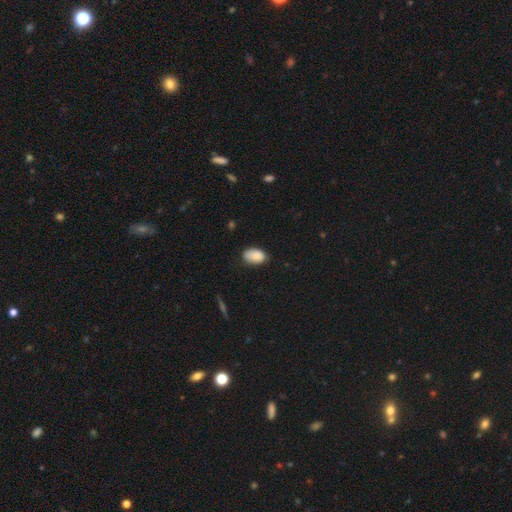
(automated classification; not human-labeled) A smooth galaxy with no disk features (85%) that is in between round and cigar-shaped (92%).

Vote fractions:
- Smooth or featured? smooth: 85% / featured or disk: 8% / star or artifact: 7%
- How rounded? in between: 92% / round: 7% / cigar-shaped: 1%
- Merging? none: 70% / minor disturbance: 25% / major disturbance: 4% / merger: 1%